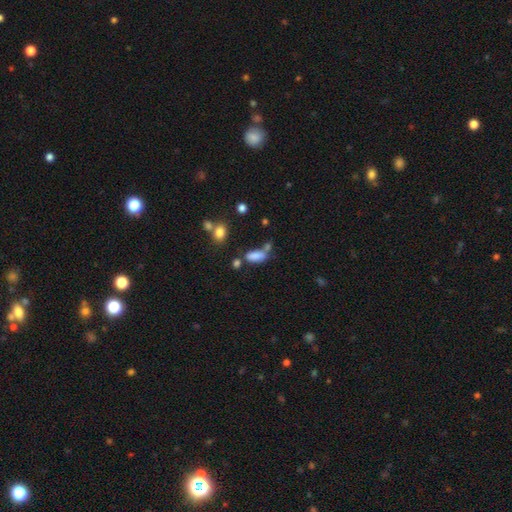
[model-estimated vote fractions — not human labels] This appears to be a smooth galaxy with no disk features (81%) that is in between round and cigar-shaped (78%). Merging: none (47%).